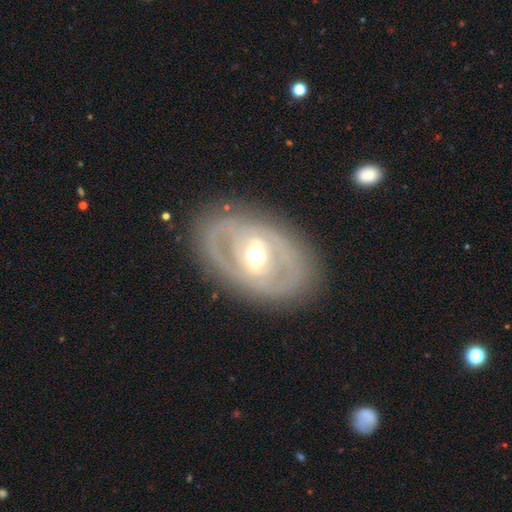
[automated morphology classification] smooth-or-featured: featured or disk: 77% | smooth: 18% | star or artifact: 6%
  disk-edge-on: no: 93% | yes: 7%
    bar: weak: 38% | strong: 31% | no: 31%
    has-spiral-arms: yes: 53% | no: 47%
    bulge-size: moderate: 72% | small: 13% | large: 13% | dominant: 1% | none: 1%
  merging: none: 80% | minor disturbance: 13% | major disturbance: 6% | merger: 1%